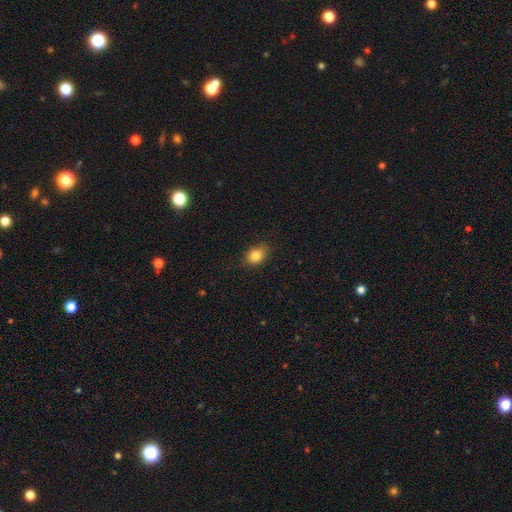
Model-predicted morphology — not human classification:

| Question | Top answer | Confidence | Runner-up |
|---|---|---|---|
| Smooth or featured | smooth | 83% | star or artifact (10%) |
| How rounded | in between | 64% | round (34%) |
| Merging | none | 81% | minor disturbance (15%) |